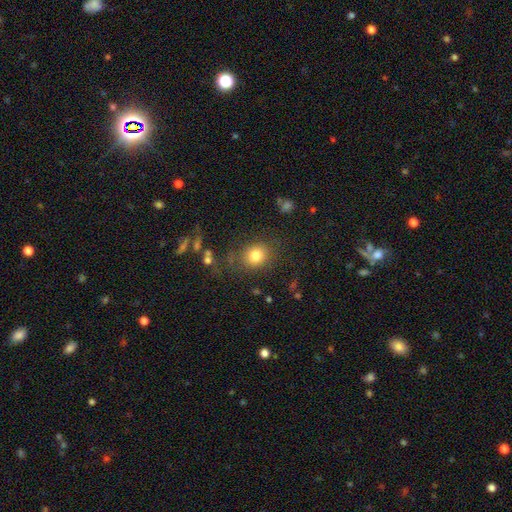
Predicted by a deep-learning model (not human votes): This is likely a smooth galaxy (80%). How rounded: likely round (68%). Merging: likely none (77%).